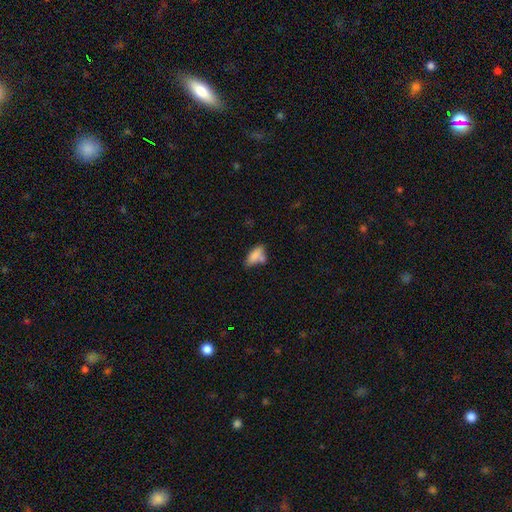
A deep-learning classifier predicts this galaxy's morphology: A smooth galaxy with no disk features (77%) that is in between round and cigar-shaped (76%). Merging: none (41%).